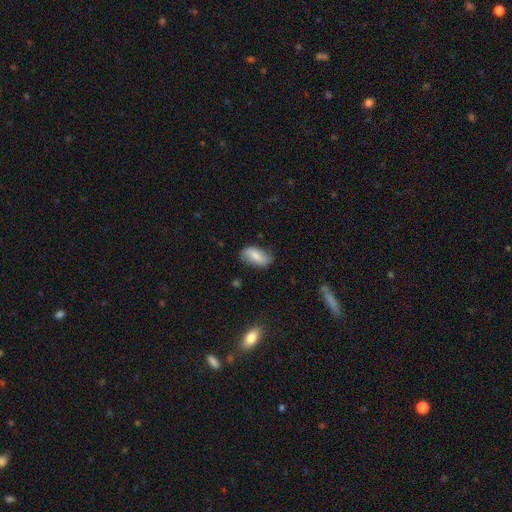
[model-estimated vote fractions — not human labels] Overall: smooth (72%). How rounded: in between (90%). Merging: none (71%).